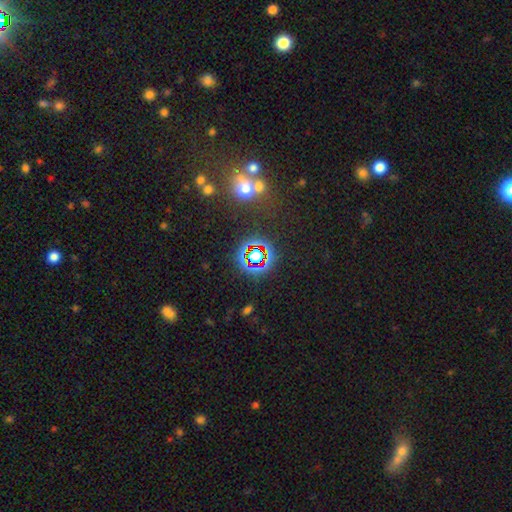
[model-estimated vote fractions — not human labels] Smooth or featured?
  - star or artifact: 68% *
  - smooth: 21%
  - featured or disk: 11%